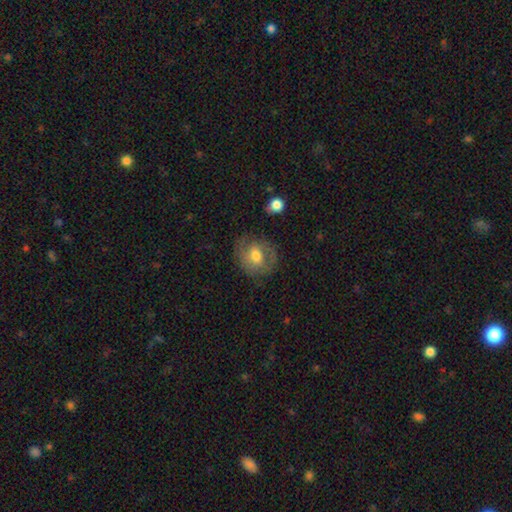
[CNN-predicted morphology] This is possibly a smooth galaxy (49%). Merging: likely none (67%).